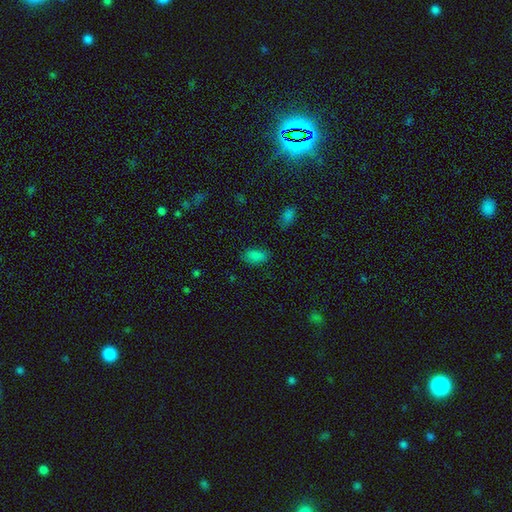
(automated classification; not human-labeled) Smooth or featured: smooth — 83% (star or artifact — 12%)
How rounded: in between — 93% (round — 4%)
Merging: none — 81% (minor disturbance — 13%)